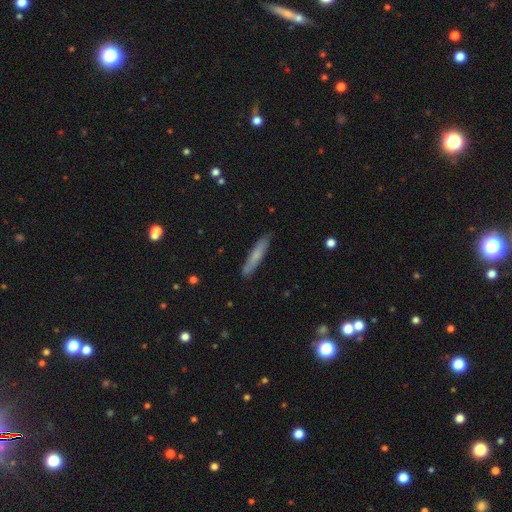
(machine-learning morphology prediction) This is likely a smooth galaxy (65%). How rounded: clearly cigar-shaped (92%). Merging: clearly none (87%).